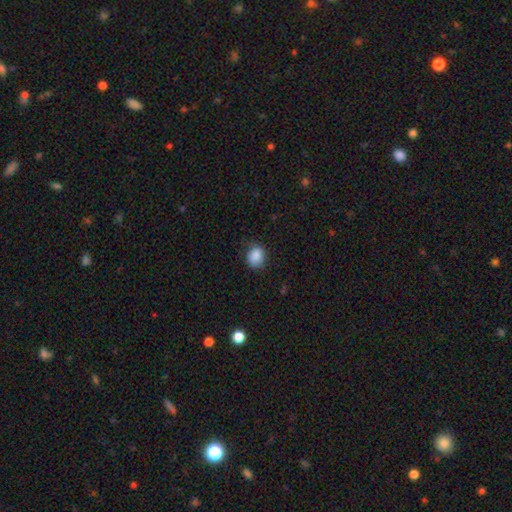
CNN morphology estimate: The model was most divided on "how rounded": in between: 51%, round: 48%, cigar-shaped: 1%. More confident: smooth or featured — smooth (87%); merging — none (72%).